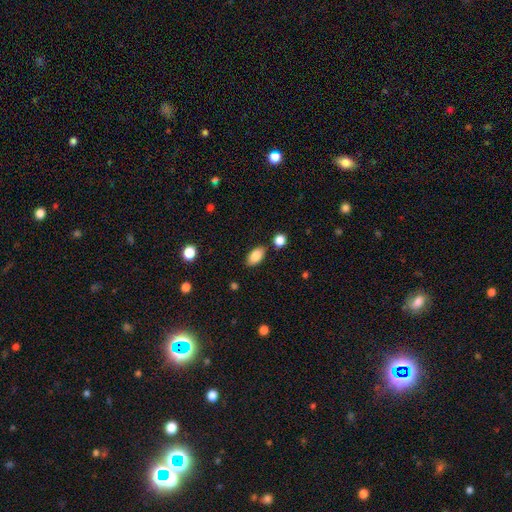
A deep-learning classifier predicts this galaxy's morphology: Overall: smooth (85%). How rounded: in between (92%). Merging: none (84%).